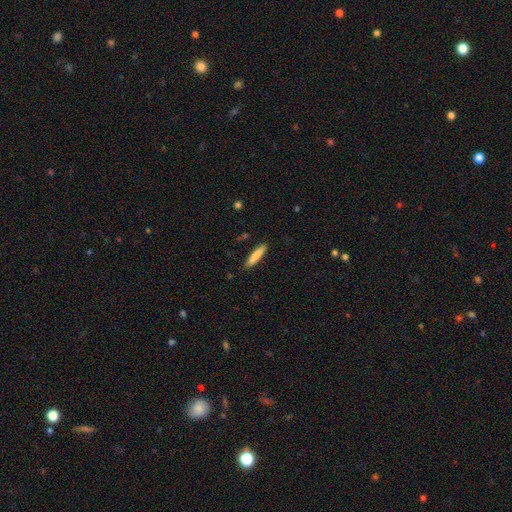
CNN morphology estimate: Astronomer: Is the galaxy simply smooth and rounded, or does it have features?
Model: smooth — 82%.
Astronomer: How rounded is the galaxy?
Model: cigar-shaped — 79%.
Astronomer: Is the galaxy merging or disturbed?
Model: none — 87%.